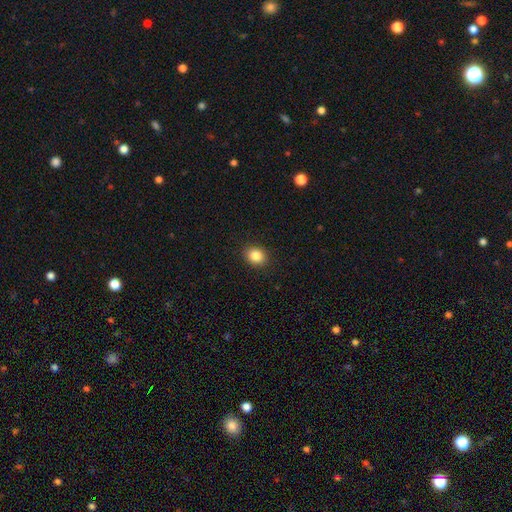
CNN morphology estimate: smooth_or_featured: smooth (p=0.86) [alt: star or artifact p=0.10]
how_rounded: round (p=0.54) [alt: in between p=0.46]
merging: none (p=0.90) [alt: minor disturbance p=0.07]